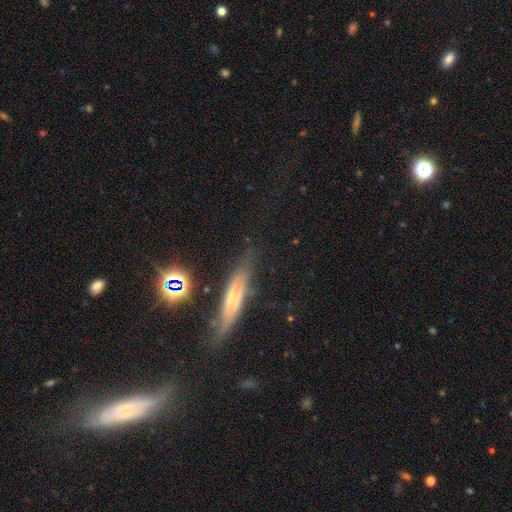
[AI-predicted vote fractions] smooth_or_featured: featured or disk (p=0.45) [alt: smooth p=0.34]
merging: none (p=0.71) [alt: minor disturbance p=0.19]